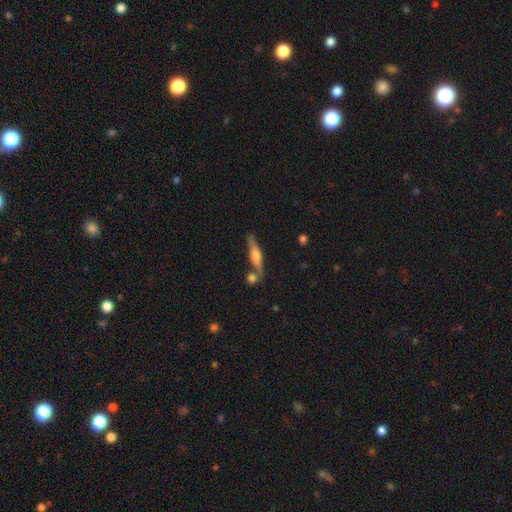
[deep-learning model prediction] This appears to be a featured or disk galaxy (55%) viewed edge-on (92%) with a rounded central bulge (79%). Merging: none (69%).